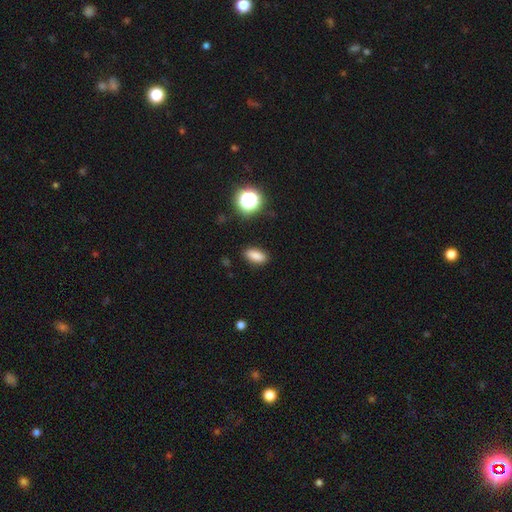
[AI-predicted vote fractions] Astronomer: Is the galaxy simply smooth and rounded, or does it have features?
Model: smooth — 84%.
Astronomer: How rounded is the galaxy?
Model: in between — 81%.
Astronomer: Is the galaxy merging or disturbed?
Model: none — 88%.